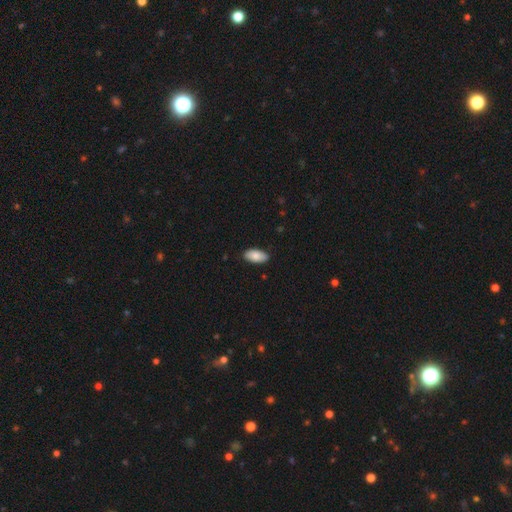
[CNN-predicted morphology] Smooth or featured? Predicted: smooth (p=0.87). How rounded? Predicted: in between (p=0.94). Merging? Predicted: none (p=0.87).